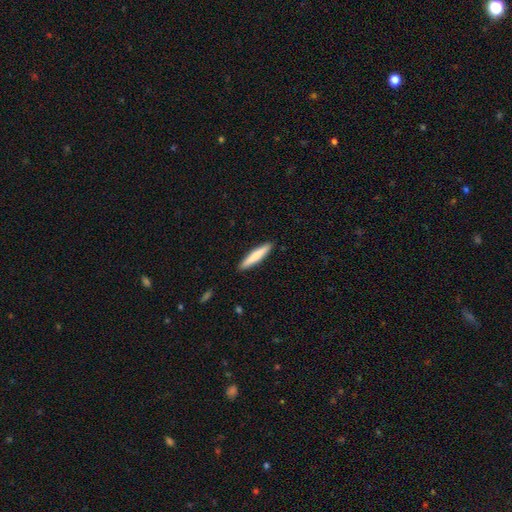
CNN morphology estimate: Smooth or featured: smooth — 77% (featured or disk — 18%)
How rounded: cigar-shaped — 91% (in between — 8%)
Merging: none — 91% (minor disturbance — 6%)